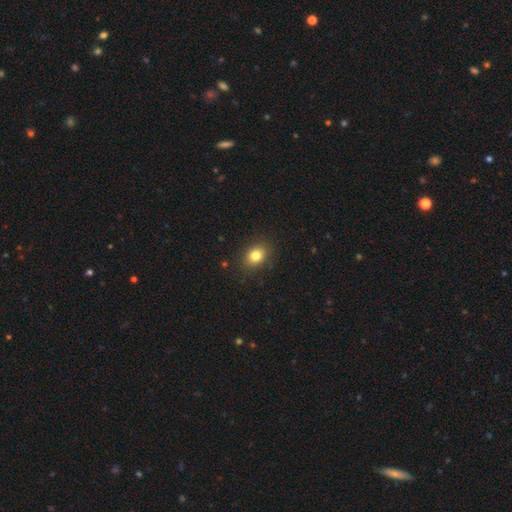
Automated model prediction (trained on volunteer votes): This appears to be a smooth galaxy with no disk features (81%) that is in between round and cigar-shaped (61%). Merging: none (86%).